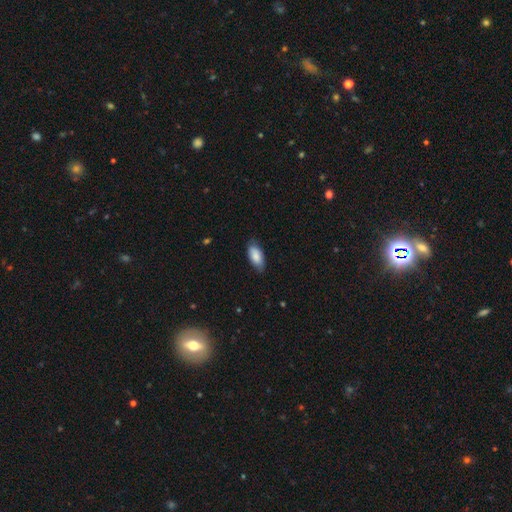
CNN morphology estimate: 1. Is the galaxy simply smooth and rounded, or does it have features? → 86% smooth, 9% featured or disk, 6% star or artifact.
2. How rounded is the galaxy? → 90% in between, 8% cigar-shaped, 2% round.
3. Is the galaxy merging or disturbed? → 80% none, 16% minor disturbance, 3% major disturbance, 1% merger.